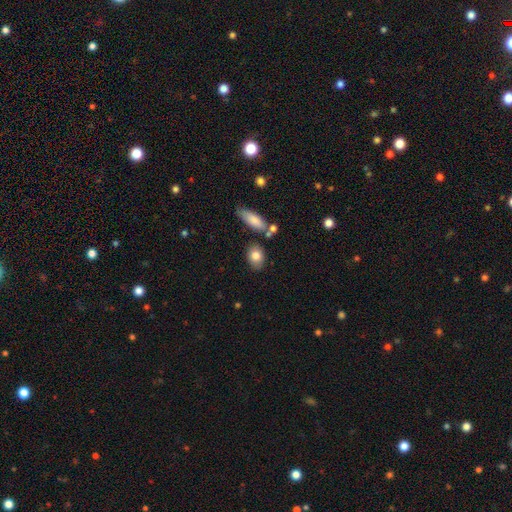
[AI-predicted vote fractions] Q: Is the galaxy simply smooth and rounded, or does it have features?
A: smooth — 81%.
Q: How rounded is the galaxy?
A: in between — 73%.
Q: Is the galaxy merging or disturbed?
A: none — 75%.